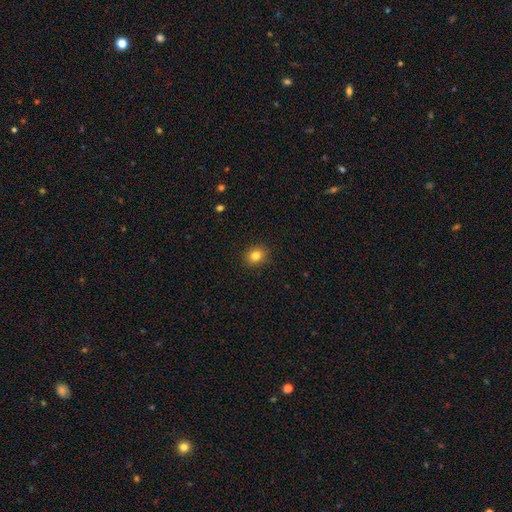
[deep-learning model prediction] Smooth or featured? smooth (82%)
How rounded? round (72%)
Merging? none (90%)